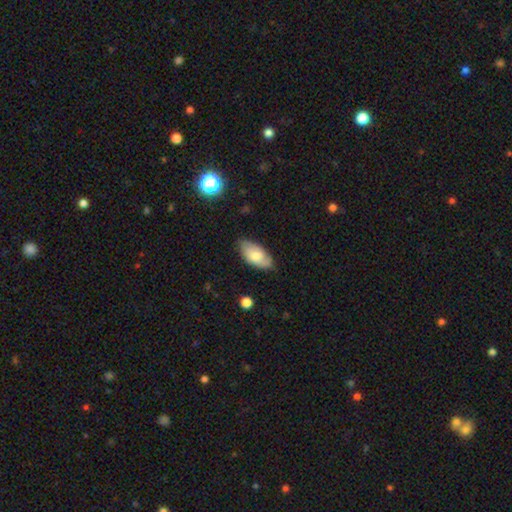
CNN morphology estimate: This appears to be a smooth galaxy with no disk features (65%) that is in between round and cigar-shaped (93%). Merging: none (72%).